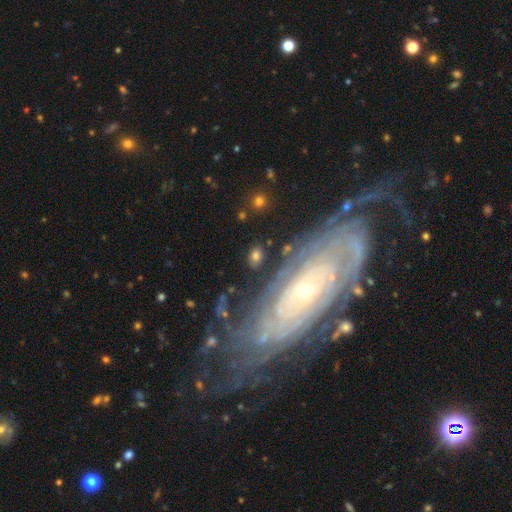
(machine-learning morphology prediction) Smooth or featured? smooth (60%)
How rounded? in between (63%)
Merging? none (79%)